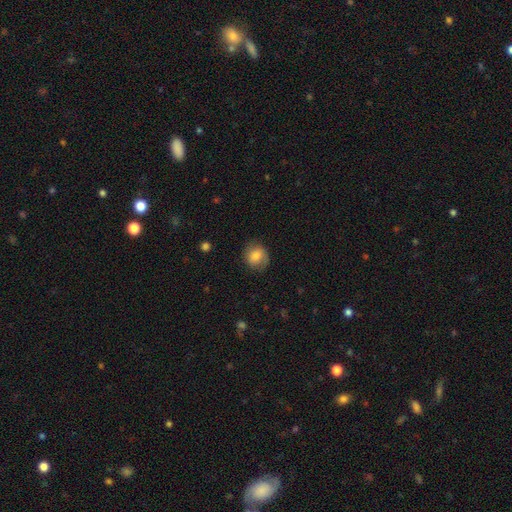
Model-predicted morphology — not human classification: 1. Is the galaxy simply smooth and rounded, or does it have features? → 68% smooth, 23% featured or disk, 8% star or artifact.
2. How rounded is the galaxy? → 73% round, 26% in between, 1% cigar-shaped.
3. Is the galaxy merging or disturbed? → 74% none, 18% minor disturbance, 7% major disturbance, 1% merger.